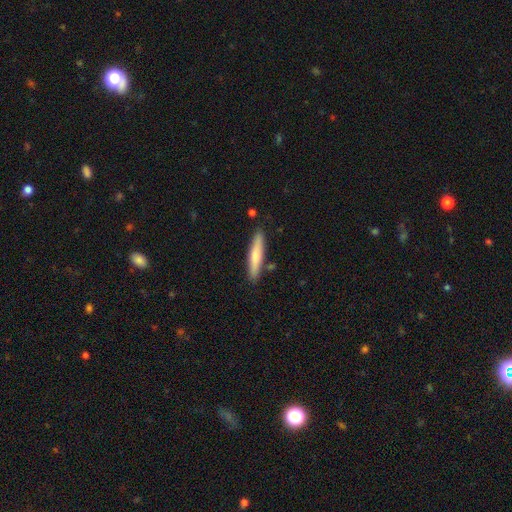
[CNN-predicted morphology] Smooth or featured?
  - smooth: 65% *
  - featured or disk: 29%
  - star or artifact: 5%
How rounded?
  - cigar-shaped: 89% *
  - in between: 10%
  - round: 1%
Merging?
  - none: 85% *
  - minor disturbance: 10%
  - merger: 3%
  - major disturbance: 2%